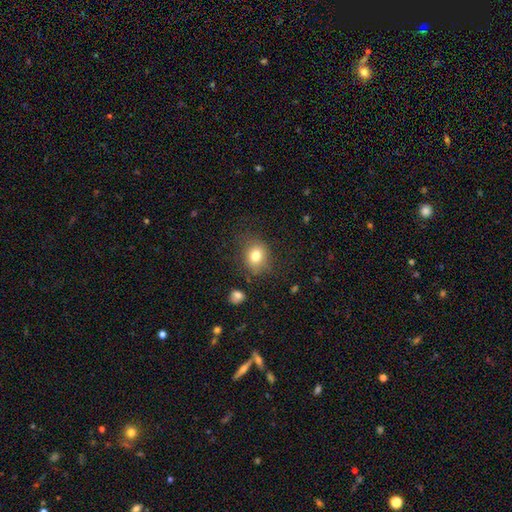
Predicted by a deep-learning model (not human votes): Smooth or featured: smooth — 79% (star or artifact — 12%)
How rounded: round — 63% (in between — 36%)
Merging: none — 76% (minor disturbance — 16%)